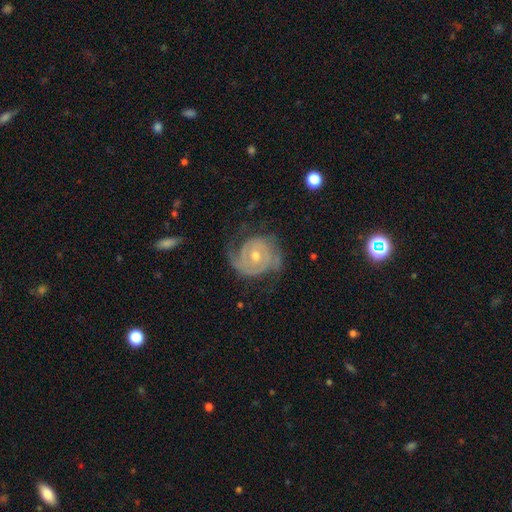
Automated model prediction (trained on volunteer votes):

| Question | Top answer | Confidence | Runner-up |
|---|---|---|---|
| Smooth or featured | featured or disk | 86% | smooth (8%) |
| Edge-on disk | no | 97% | yes (3%) |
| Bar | no | 67% | weak (27%) |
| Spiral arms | yes | 95% | no (5%) |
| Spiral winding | tight | 60% | medium (30%) |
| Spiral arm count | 2 | 58% | can't tell (16%) |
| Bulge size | moderate | 56% | small (40%) |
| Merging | none | 66% | minor disturbance (20%) |